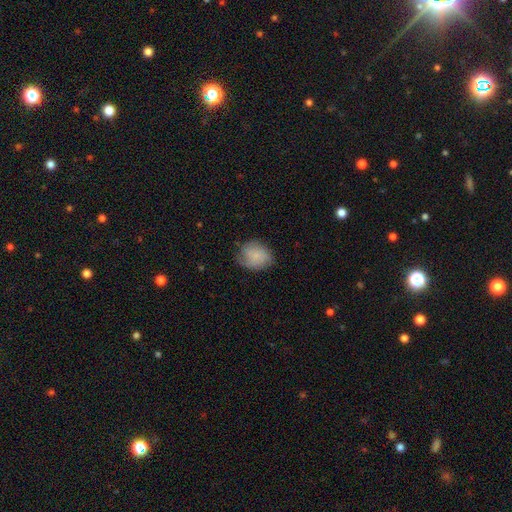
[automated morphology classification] smooth_or_featured: smooth (p=0.70) [alt: featured or disk p=0.22]
how_rounded: round (p=0.54) [alt: in between p=0.45]
merging: none (p=0.62) [alt: minor disturbance p=0.27]